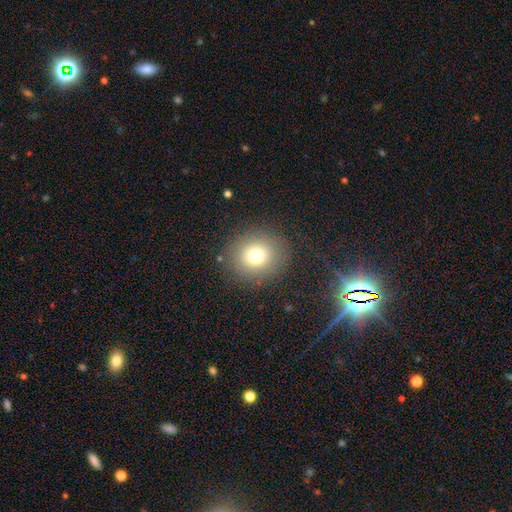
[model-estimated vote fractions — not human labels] A smooth galaxy with no disk features (74%) that is round (85%).

Vote fractions:
- Smooth or featured? smooth: 74% / star or artifact: 14% / featured or disk: 12%
- How rounded? round: 85% / in between: 14% / cigar-shaped: 1%
- Merging? none: 86% / minor disturbance: 8% / major disturbance: 5% / merger: 1%